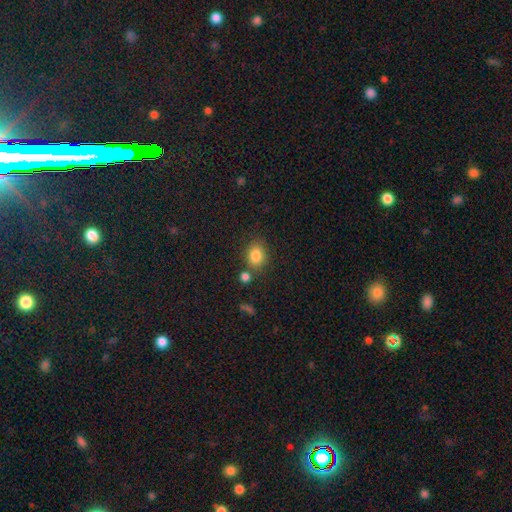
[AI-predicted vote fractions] This appears to be a smooth galaxy with no disk features (84%) that is in between round and cigar-shaped (50%). Merging: none (69%).